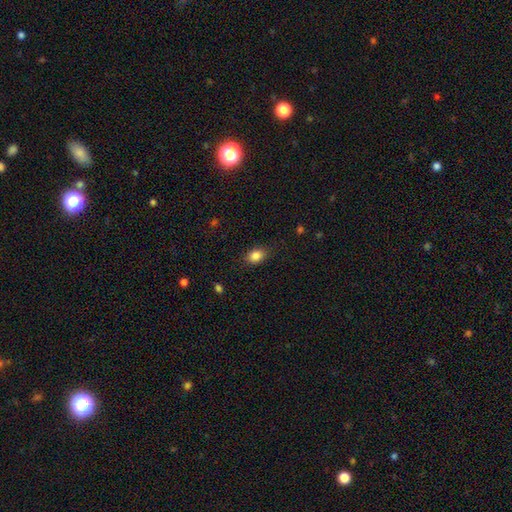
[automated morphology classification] smooth-or-featured: smooth: 85% | star or artifact: 9% | featured or disk: 5%
  how-rounded: in between: 71% | round: 27% | cigar-shaped: 1%
  merging: none: 83% | minor disturbance: 13% | major disturbance: 3% | merger: 1%